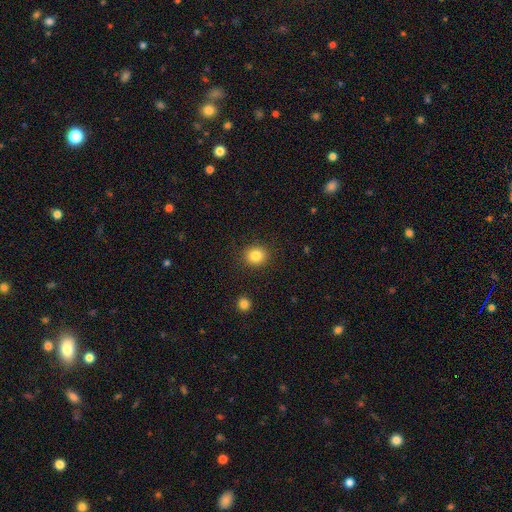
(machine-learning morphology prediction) smooth 84%, star or artifact 10%, featured or disk 6%. Down the decision tree: how rounded — round (80%); merging — none (89%).